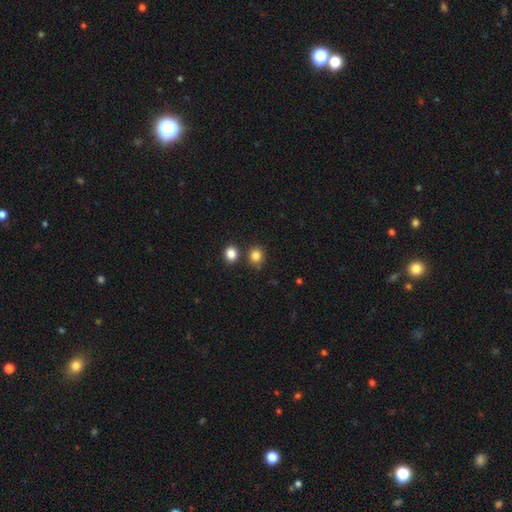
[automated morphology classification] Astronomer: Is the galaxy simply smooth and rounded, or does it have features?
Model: smooth — 84%.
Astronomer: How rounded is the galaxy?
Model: round — 77%.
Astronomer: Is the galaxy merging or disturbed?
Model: none — 78%.